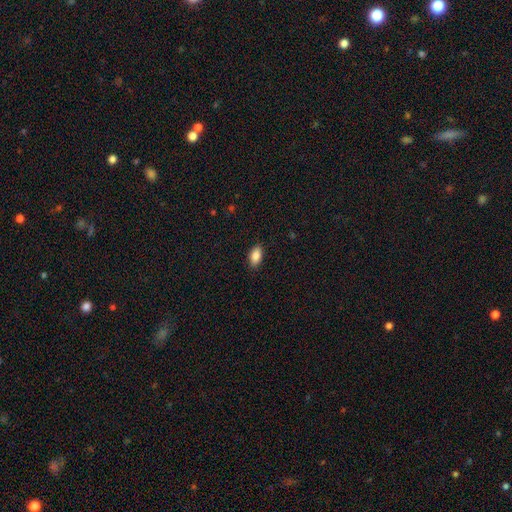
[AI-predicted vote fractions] Smooth or featured? Predicted: smooth (p=0.87). How rounded? Predicted: in between (p=0.92). Merging? Predicted: none (p=0.88).